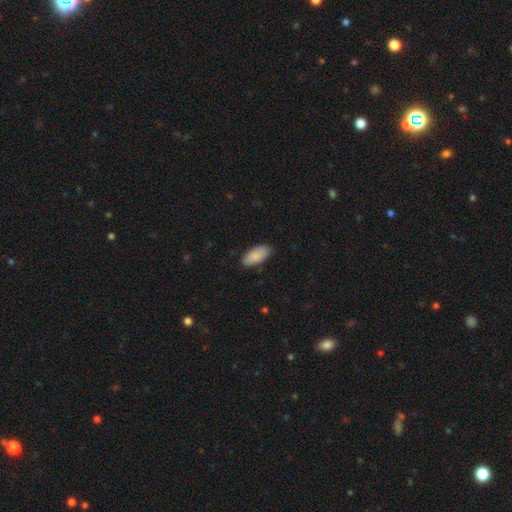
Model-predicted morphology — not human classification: This is clearly a smooth galaxy (87%). How rounded: clearly in between (92%). Merging: clearly none (85%).